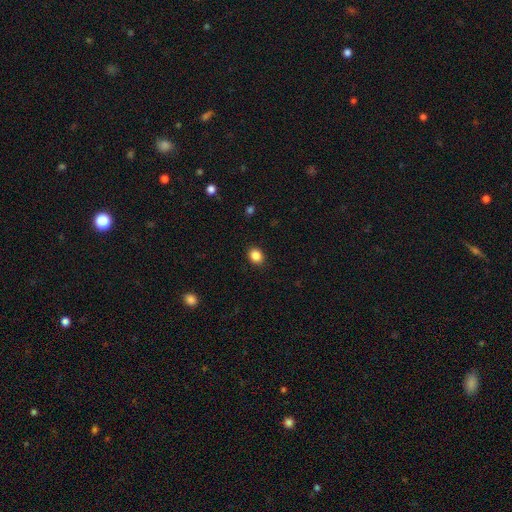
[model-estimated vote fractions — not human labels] A smooth galaxy with no disk features (86%) that is round (55%).

Vote fractions:
- Smooth or featured? smooth: 86% / star or artifact: 10% / featured or disk: 4%
- How rounded? round: 55% / in between: 44% / cigar-shaped: 1%
- Merging? none: 90% / minor disturbance: 7% / major disturbance: 2% / merger: 1%